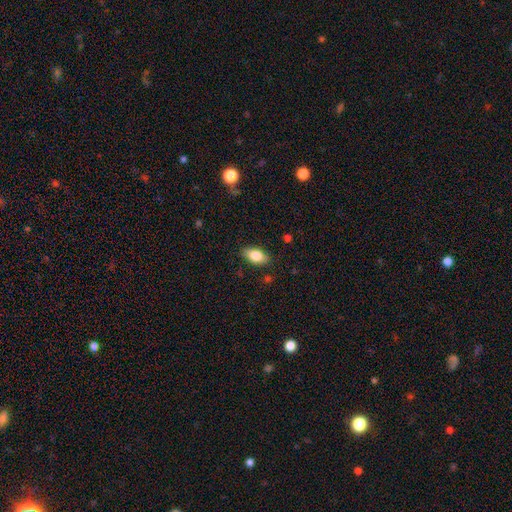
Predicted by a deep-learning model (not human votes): smooth_or_featured: smooth (p=0.80) [alt: featured or disk p=0.12]
how_rounded: in between (p=0.89) [alt: cigar-shaped p=0.05]
merging: none (p=0.85) [alt: minor disturbance p=0.12]